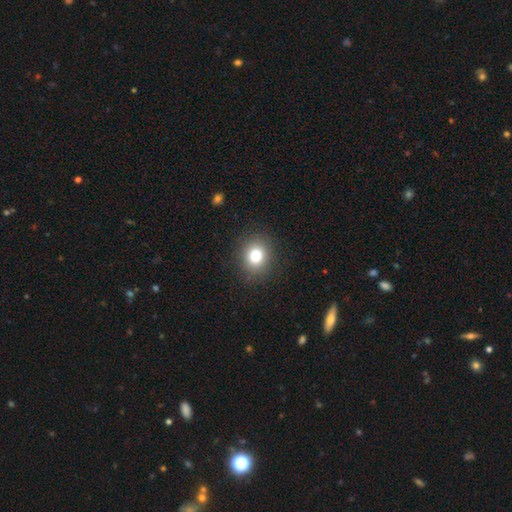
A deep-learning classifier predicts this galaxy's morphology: This is likely a smooth galaxy (80%). How rounded: likely round (73%). Merging: clearly none (89%).